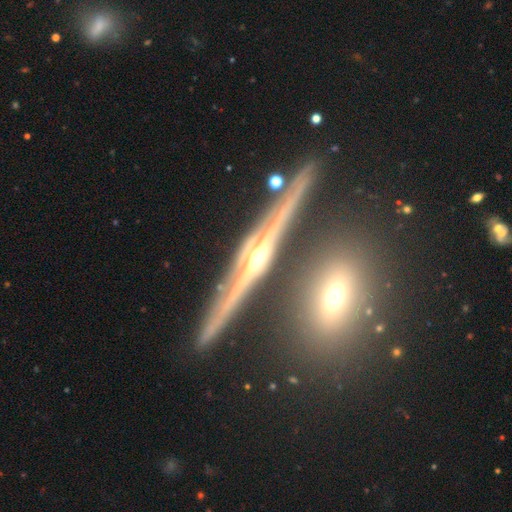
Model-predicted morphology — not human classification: Smooth or featured? Predicted: featured or disk (p=0.87). Edge-on disk? Predicted: yes (p=0.97). Edge-on bulge? Predicted: rounded (p=0.87). Merging? Predicted: none (p=0.85).